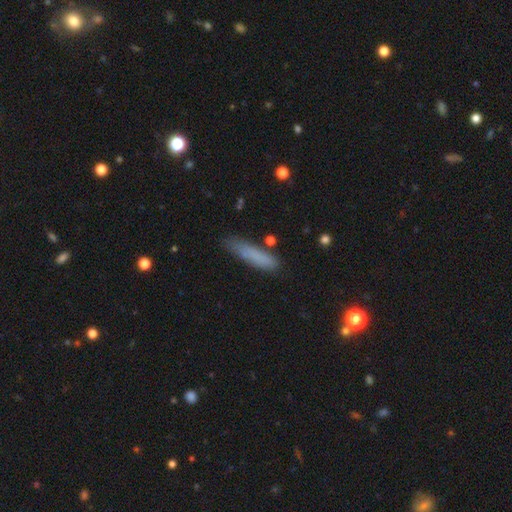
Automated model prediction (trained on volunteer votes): Smooth or featured?
  - smooth: 78% *
  - featured or disk: 13%
  - star or artifact: 8%
How rounded?
  - cigar-shaped: 85% *
  - in between: 13%
  - round: 2%
Merging?
  - none: 75% *
  - minor disturbance: 18%
  - major disturbance: 4%
  - merger: 3%